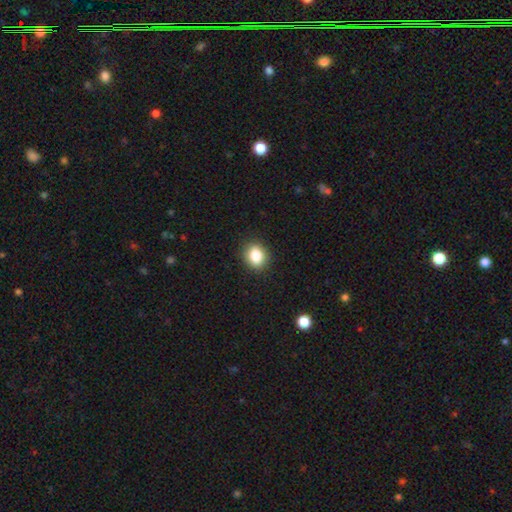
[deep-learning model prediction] The model was most divided on "how rounded": round: 54%, in between: 45%, cigar-shaped: 1%. More confident: merging — none (90%); smooth or featured — smooth (84%).